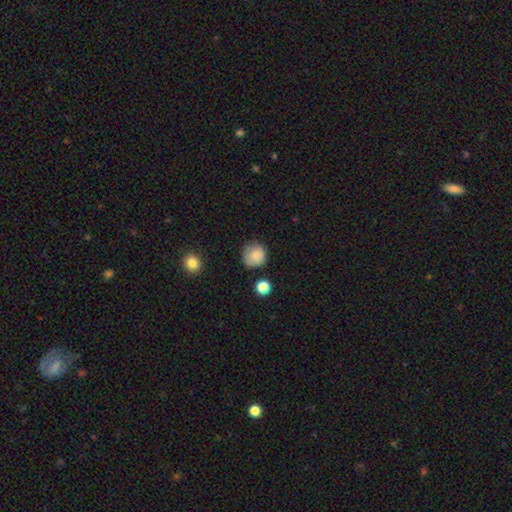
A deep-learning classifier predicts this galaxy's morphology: Smooth or featured? smooth (85%)
How rounded? round (89%)
Merging? none (76%)